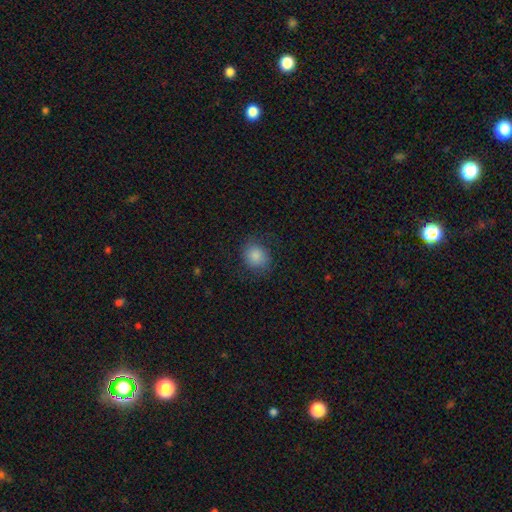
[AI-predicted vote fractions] smooth-or-featured: smooth: 85% | star or artifact: 9% | featured or disk: 7%
  how-rounded: round: 75% | in between: 24% | cigar-shaped: 1%
  merging: none: 77% | minor disturbance: 15% | major disturbance: 7% | merger: 1%